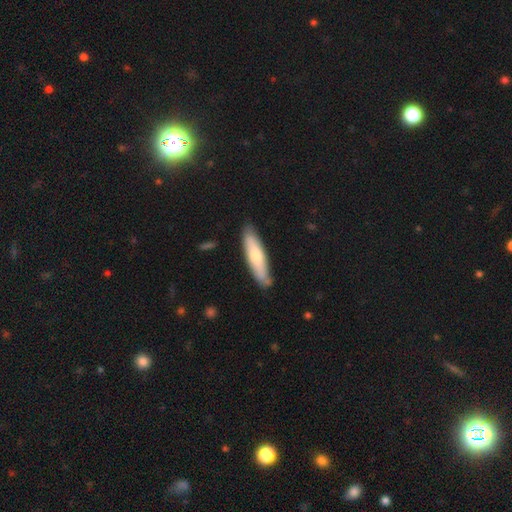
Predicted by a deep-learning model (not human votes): This is likely a smooth galaxy (65%). How rounded: likely cigar-shaped (75%). Merging: clearly none (81%).